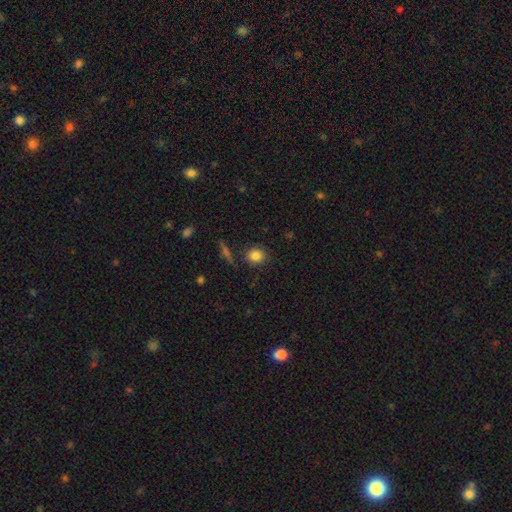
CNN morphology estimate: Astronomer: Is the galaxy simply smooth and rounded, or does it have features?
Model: smooth — 84%.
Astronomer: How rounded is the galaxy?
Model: round — 82%.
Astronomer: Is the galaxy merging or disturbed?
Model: none — 85%.